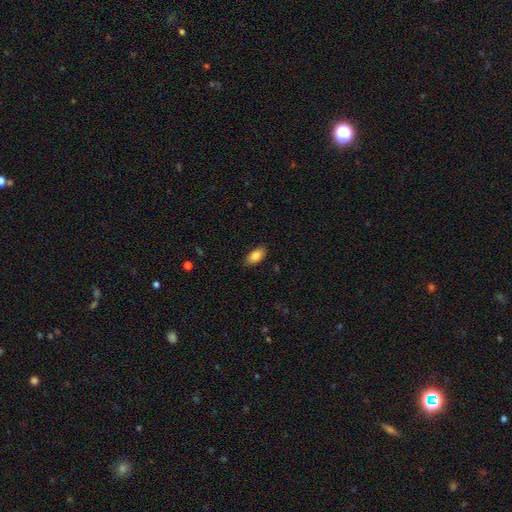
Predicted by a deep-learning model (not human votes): smooth_or_featured: smooth (p=0.85) [alt: featured or disk p=0.08]
how_rounded: in between (p=0.93) [alt: cigar-shaped p=0.04]
merging: none (p=0.85) [alt: minor disturbance p=0.11]